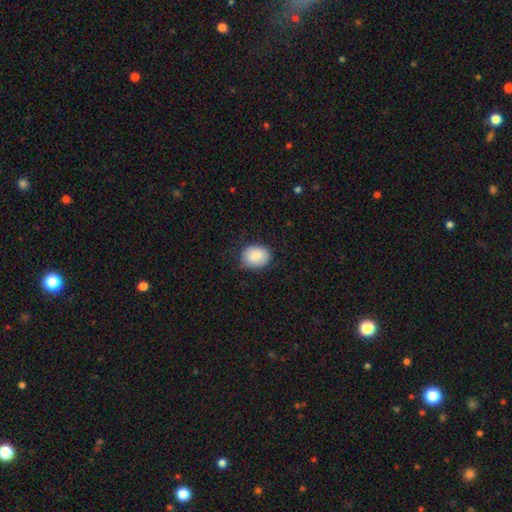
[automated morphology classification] The model was most divided on "how rounded": round: 50%, in between: 49%, cigar-shaped: 1%. More confident: smooth or featured — smooth (88%); merging — none (77%).